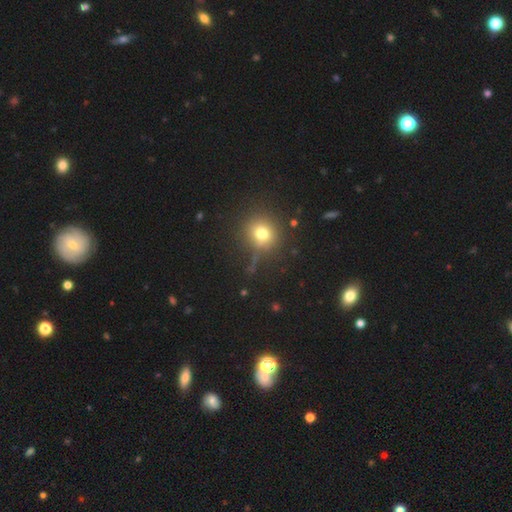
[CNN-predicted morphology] Overall: smooth (58%; star or artifact 32%). How rounded: round (90%). Merging: none (80%).